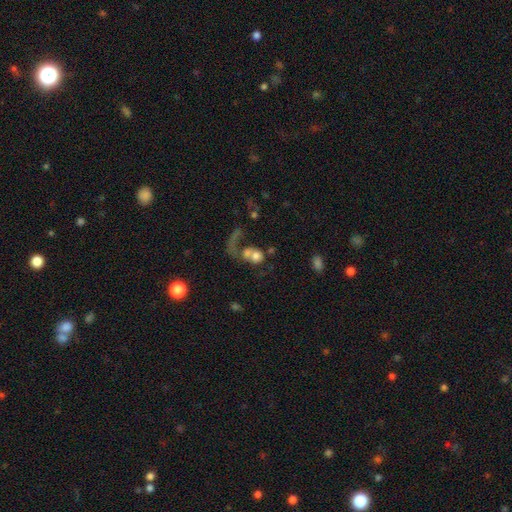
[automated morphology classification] smooth-or-featured: smooth: 59% | featured or disk: 29% | star or artifact: 12%
  how-rounded: round: 63% | in between: 35% | cigar-shaped: 2%
  merging: merger: 50% | major disturbance: 25% | none: 18% | minor disturbance: 8%